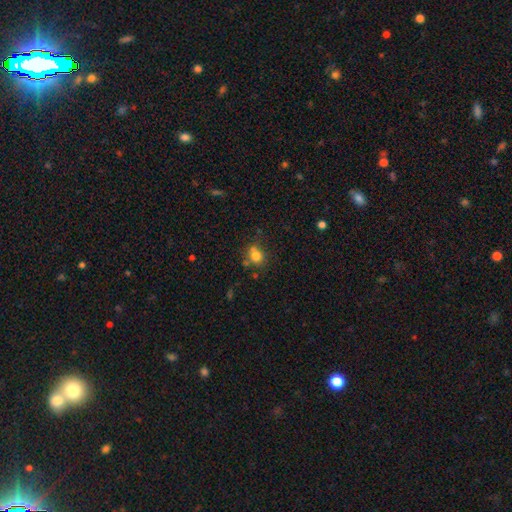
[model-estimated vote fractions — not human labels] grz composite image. It shows a smooth galaxy with no disk features (77%) that is round (68%). Merging: none (59%).